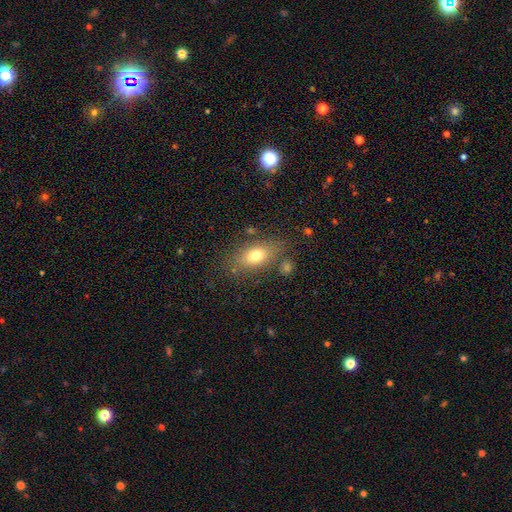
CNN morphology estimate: This appears to be a smooth galaxy with no disk features (73%) that is in between round and cigar-shaped (81%). Merging: none (76%).